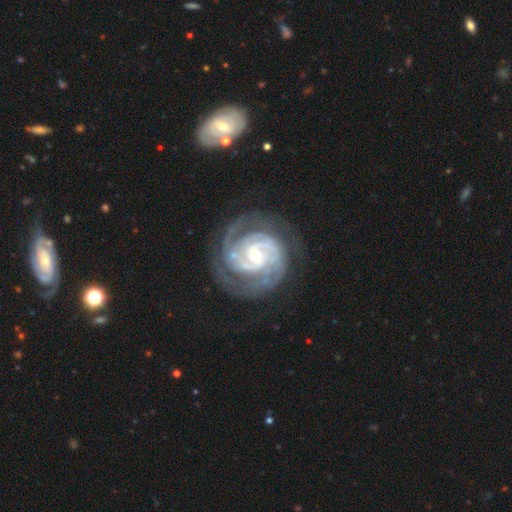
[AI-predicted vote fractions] A featured or disk galaxy (92%) with no bar (51%), 2 (35%) tight (71%) spiral arms (98%) and a small central bulge (56%). Merging: none (74%).